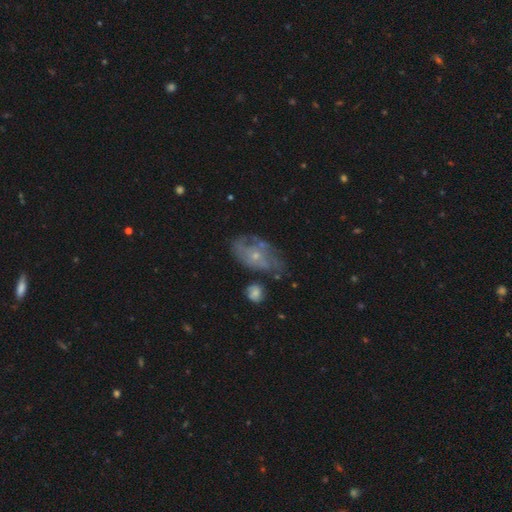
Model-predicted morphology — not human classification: A featured or disk galaxy (64%) with no bar (82%), spiral arms (60%) and a small central bulge (74%). Merging: none (45%).